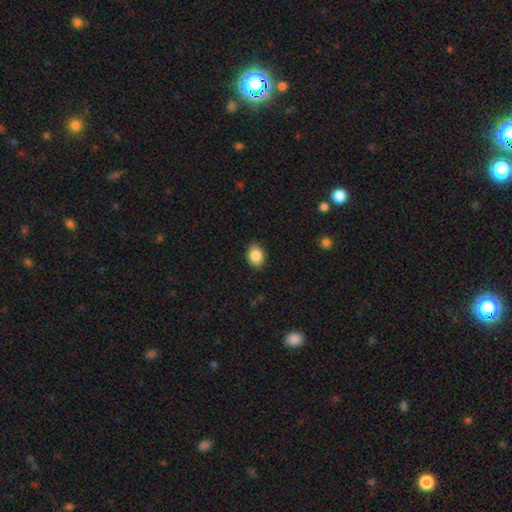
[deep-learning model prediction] The model was most divided on "how rounded": in between: 69%, round: 30%, cigar-shaped: 1%. More confident: merging — none (88%); smooth or featured — smooth (85%).